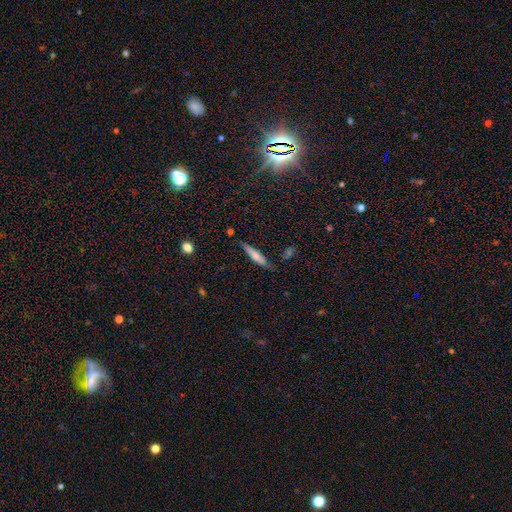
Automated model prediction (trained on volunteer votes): The model was most divided on "smooth or featured": smooth: 69%, featured or disk: 24%, star or artifact: 7%. More confident: how rounded — cigar-shaped (85%); merging — none (79%).